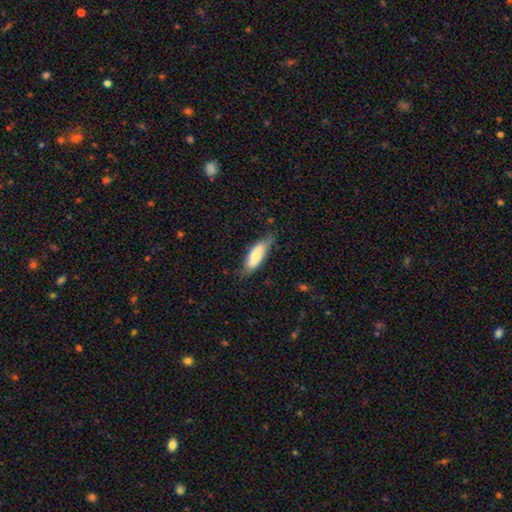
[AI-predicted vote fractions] Q: Smooth or featured?
A: smooth (75%); runner-up: featured or disk (20%)
Q: How rounded?
A: in between (58%); runner-up: cigar-shaped (41%)
Q: Merging?
A: none (64%); runner-up: minor disturbance (28%)